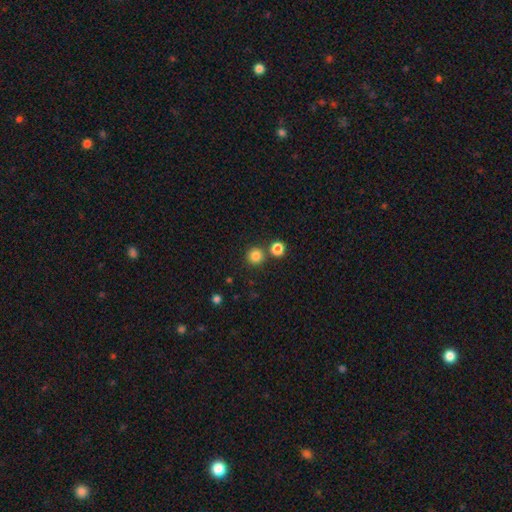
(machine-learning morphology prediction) smooth 83%, star or artifact 12%, featured or disk 4%. Down the decision tree: how rounded — round (95%); merging — none (80%).